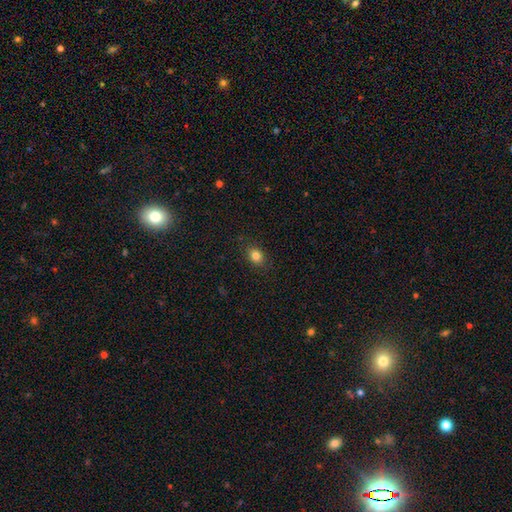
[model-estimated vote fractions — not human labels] A smooth galaxy with no disk features (82%) that is in between round and cigar-shaped (60%).

Vote fractions:
- Smooth or featured? smooth: 82% / star or artifact: 11% / featured or disk: 7%
- How rounded? in between: 60% / round: 39% / cigar-shaped: 1%
- Merging? none: 87% / minor disturbance: 10% / major disturbance: 3% / merger: 1%